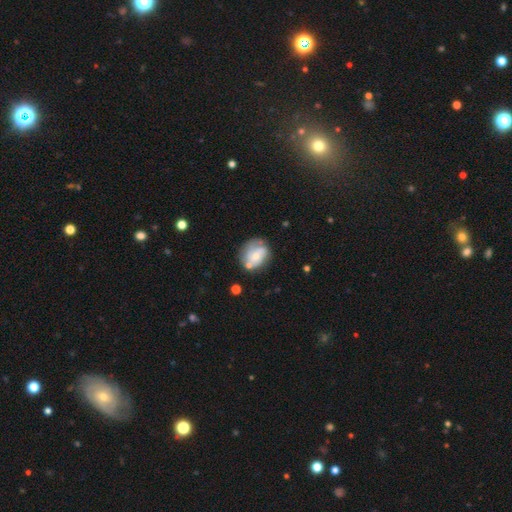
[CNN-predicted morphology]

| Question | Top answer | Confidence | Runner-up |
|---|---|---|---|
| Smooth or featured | featured or disk | 58% | smooth (35%) |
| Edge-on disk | no | 97% | yes (3%) |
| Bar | no | 71% | weak (25%) |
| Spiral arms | yes | 71% | no (29%) |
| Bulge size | small | 50% | moderate (44%) |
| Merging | none | 54% | minor disturbance (24%) |